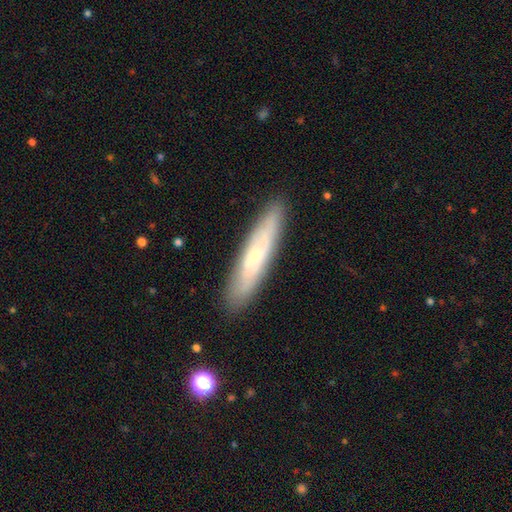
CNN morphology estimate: A smooth galaxy with no disk features (50%).

Vote fractions:
- Smooth or featured? smooth: 50% / featured or disk: 43% / star or artifact: 7%
- Merging? none: 87% / minor disturbance: 9% / major disturbance: 2% / merger: 1%